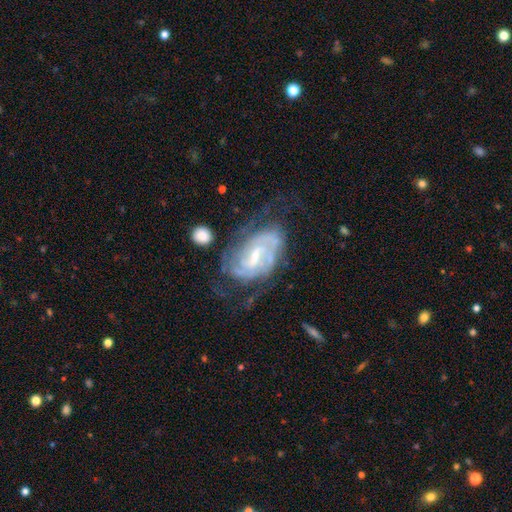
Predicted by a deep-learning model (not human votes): A featured or disk galaxy (85%) with a weak bar (56%), 2 (48%) tight (53%) spiral arms (94%) and a small central bulge (53%).

Vote fractions:
- Smooth or featured? featured or disk: 85% / smooth: 9% / star or artifact: 6%
- Edge-on disk? no: 97% / yes: 3%
- Bar? weak: 56% / strong: 24% / no: 20%
- Spiral arms? yes: 94% / no: 6%
- Spiral winding? tight: 53% / medium: 37% / loose: 10%
- Spiral arm count? 2: 48% / can't tell: 28% / 3: 12% / 4: 5% / 1: 4% / more than 4: 3%
- Bulge size? small: 53% / moderate: 33% / none: 10% / large: 3% / dominant: 1%
- Merging? none: 56% / minor disturbance: 23% / major disturbance: 17% / merger: 3%